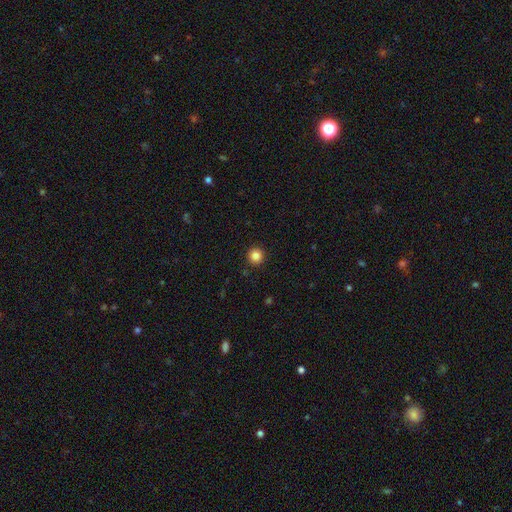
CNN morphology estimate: Smooth or featured? smooth (85%)
How rounded? round (95%)
Merging? none (93%)